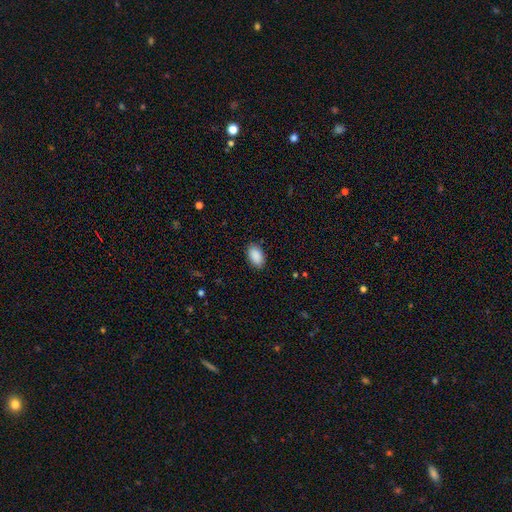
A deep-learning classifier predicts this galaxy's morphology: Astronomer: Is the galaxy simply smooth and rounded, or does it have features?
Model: smooth — 91%.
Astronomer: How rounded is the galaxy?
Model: in between — 93%.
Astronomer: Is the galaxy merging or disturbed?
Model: none — 88%.